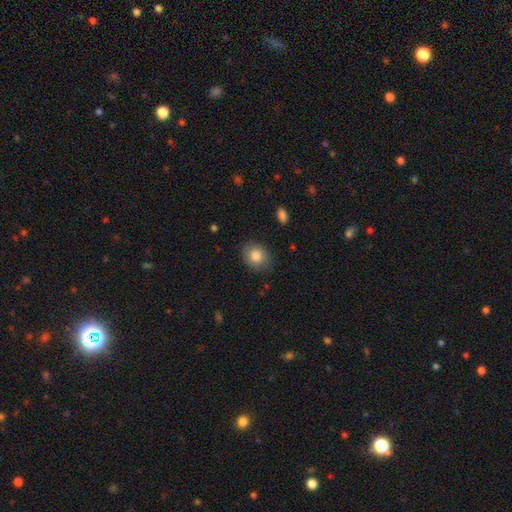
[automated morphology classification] Smooth or featured? smooth (81%)
How rounded? in between (50%)
Merging? none (81%)